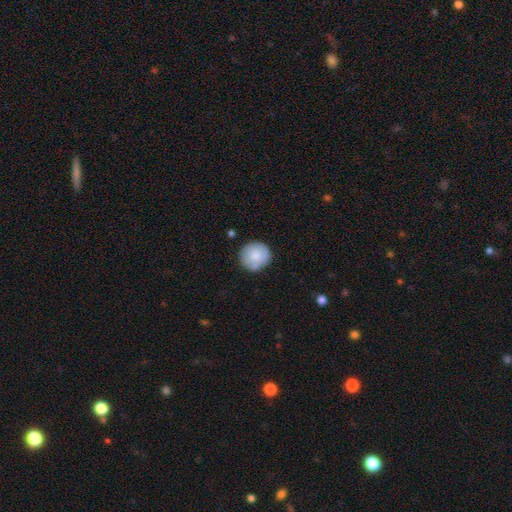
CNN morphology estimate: smooth 79%, featured or disk 14%, star or artifact 7%. Down the decision tree: how rounded — round (93%); merging — none (80%).